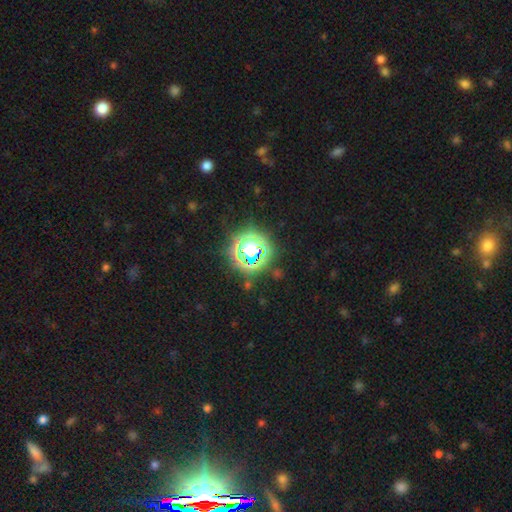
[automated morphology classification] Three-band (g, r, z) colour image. It shows a star or artifact, not a galaxy (62%).